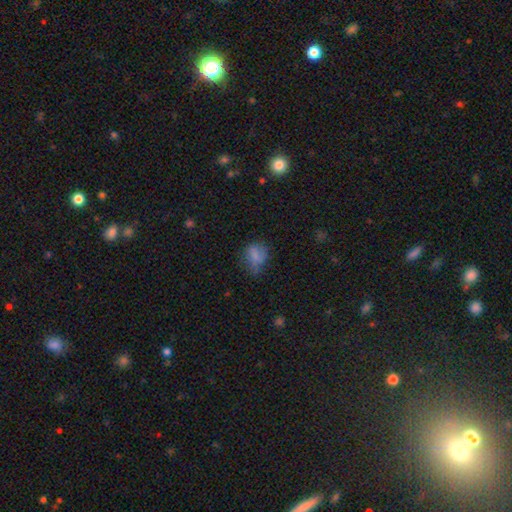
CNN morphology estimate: A smooth galaxy with no disk features (74%) that is round (55%).

Vote fractions:
- Smooth or featured? smooth: 74% / featured or disk: 14% / star or artifact: 12%
- How rounded? round: 55% / in between: 44% / cigar-shaped: 1%
- Merging? none: 47% / minor disturbance: 32% / major disturbance: 18% / merger: 3%